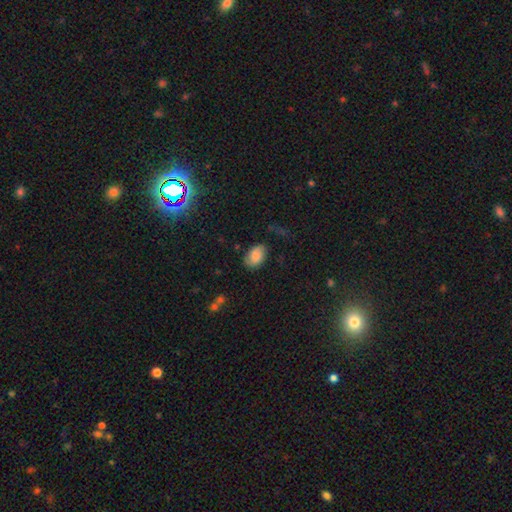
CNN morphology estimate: Smooth or featured: smooth — 71% (featured or disk — 21%)
How rounded: in between — 87% (round — 12%)
Merging: none — 71% (minor disturbance — 21%)